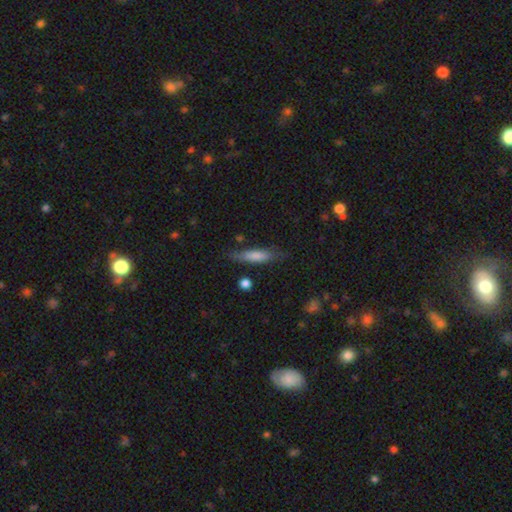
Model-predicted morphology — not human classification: smooth-or-featured: smooth: 69% | featured or disk: 24% | star or artifact: 7%
  how-rounded: cigar-shaped: 81% | in between: 17% | round: 2%
  merging: none: 76% | minor disturbance: 17% | major disturbance: 4% | merger: 2%